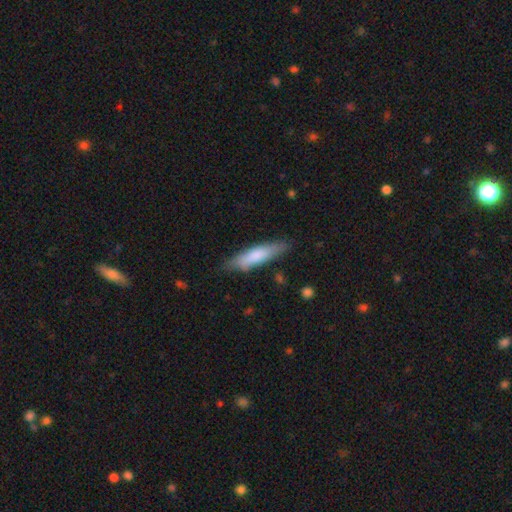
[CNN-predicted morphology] The model was most divided on "how rounded": cigar-shaped: 75%, in between: 24%, round: 1%. More confident: merging — none (78%); smooth or featured — smooth (74%).